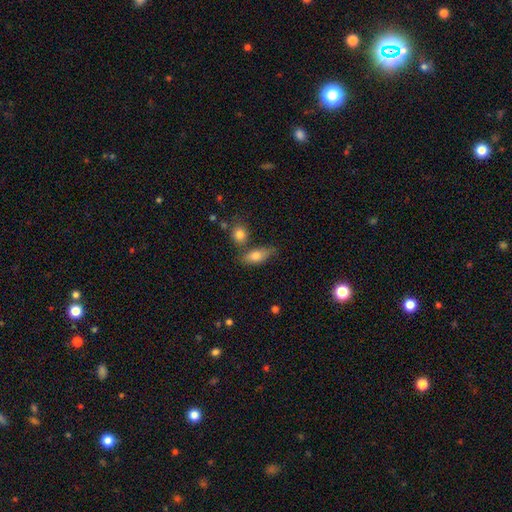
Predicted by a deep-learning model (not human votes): smooth-or-featured: smooth: 75% | featured or disk: 17% | star or artifact: 8%
  how-rounded: in between: 76% | cigar-shaped: 18% | round: 5%
  merging: none: 59% | minor disturbance: 18% | merger: 17% | major disturbance: 6%